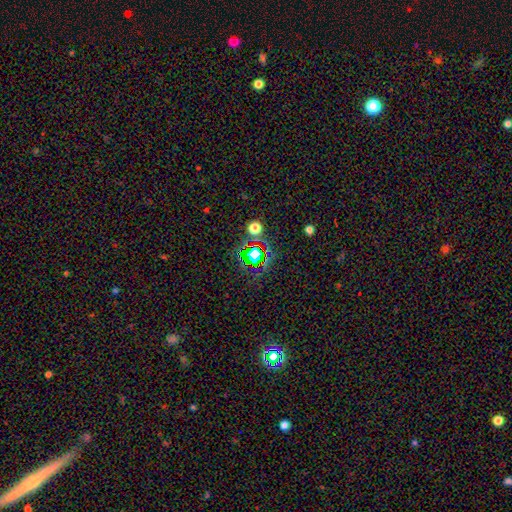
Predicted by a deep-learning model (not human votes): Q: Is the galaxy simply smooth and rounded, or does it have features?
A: star or artifact — 67%.